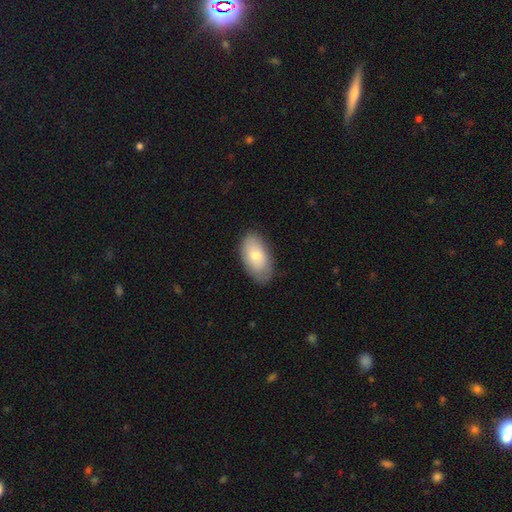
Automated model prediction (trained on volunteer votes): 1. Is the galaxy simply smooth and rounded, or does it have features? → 75% smooth, 19% featured or disk, 6% star or artifact.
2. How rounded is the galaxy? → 94% in between, 4% round, 2% cigar-shaped.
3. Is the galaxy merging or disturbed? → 80% none, 16% minor disturbance, 3% major disturbance, 1% merger.